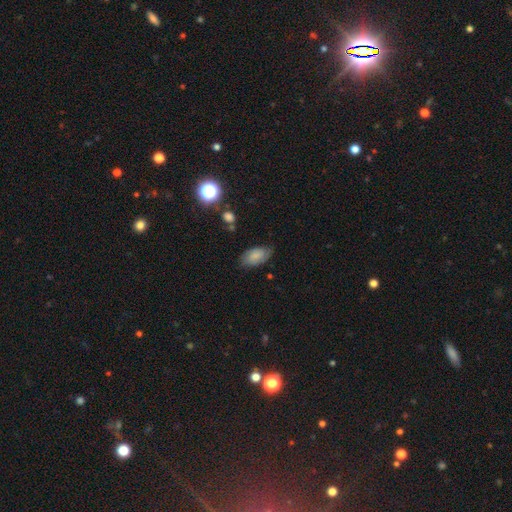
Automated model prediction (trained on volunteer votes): This is likely a smooth galaxy (67%). How rounded: clearly in between (93%). Merging: likely none (74%).